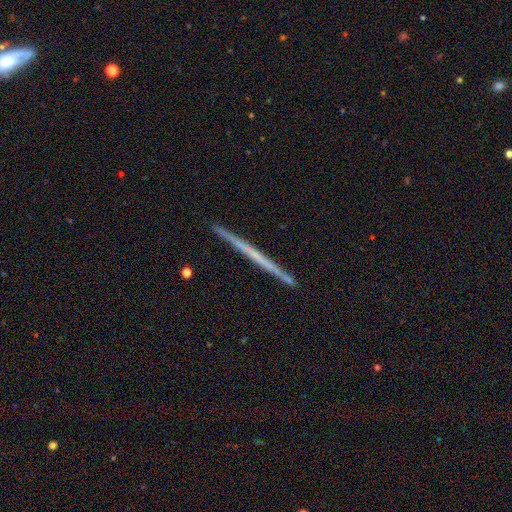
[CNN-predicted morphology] Overall: featured or disk (60%; smooth 33%). Edge-on disk: yes (98%). Edge-on bulge: none (89%). Merging: none (92%).